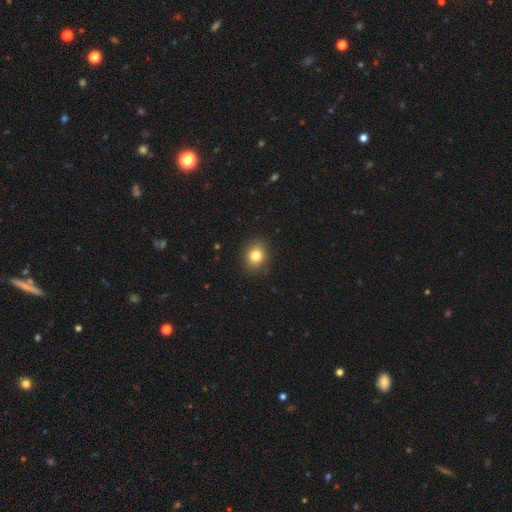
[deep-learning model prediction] Smooth or featured: smooth — 81% (star or artifact — 11%)
How rounded: round — 72% (in between — 27%)
Merging: none — 89% (minor disturbance — 8%)